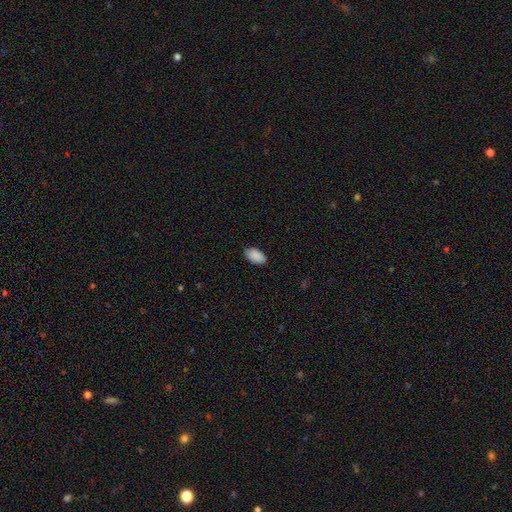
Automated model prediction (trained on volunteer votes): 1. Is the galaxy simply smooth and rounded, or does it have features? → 90% smooth, 7% star or artifact, 3% featured or disk.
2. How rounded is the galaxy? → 95% in between, 3% round, 2% cigar-shaped.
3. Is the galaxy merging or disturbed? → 85% none, 12% minor disturbance, 2% major disturbance, 1% merger.